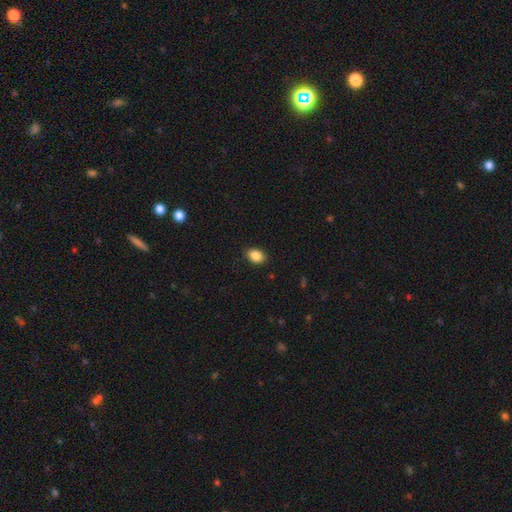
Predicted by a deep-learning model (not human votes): Smooth or featured? smooth (87%)
How rounded? in between (79%)
Merging? none (89%)